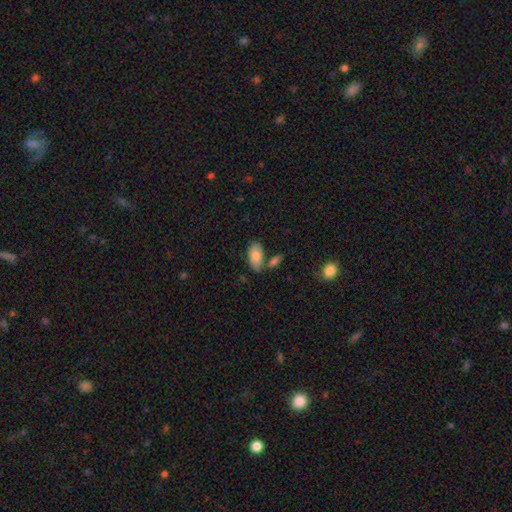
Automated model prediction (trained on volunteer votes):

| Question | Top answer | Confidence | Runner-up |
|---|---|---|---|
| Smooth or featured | smooth | 83% | featured or disk (11%) |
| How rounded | in between | 94% | round (3%) |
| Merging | none | 65% | minor disturbance (16%) |